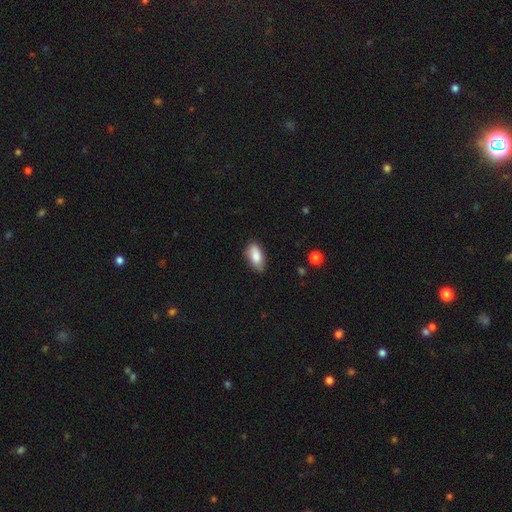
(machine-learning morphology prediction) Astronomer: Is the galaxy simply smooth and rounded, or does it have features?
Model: smooth — 85%.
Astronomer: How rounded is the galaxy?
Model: in between — 89%.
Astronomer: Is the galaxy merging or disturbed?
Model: none — 77%.